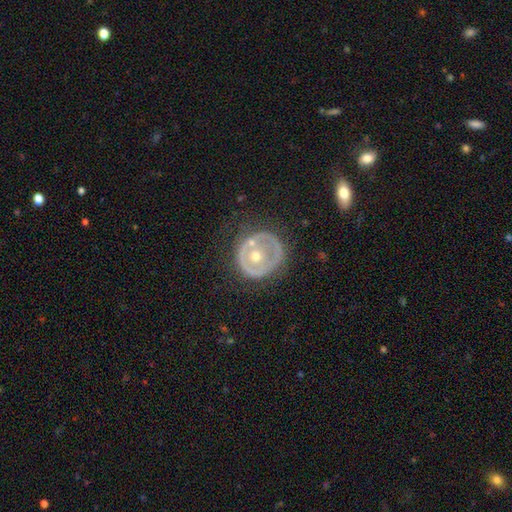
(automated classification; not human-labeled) This appears to be a featured or disk galaxy (61%) with no bar (87%), no spiral arms (86%) and a moderate central bulge (67%). Merging: none (74%).